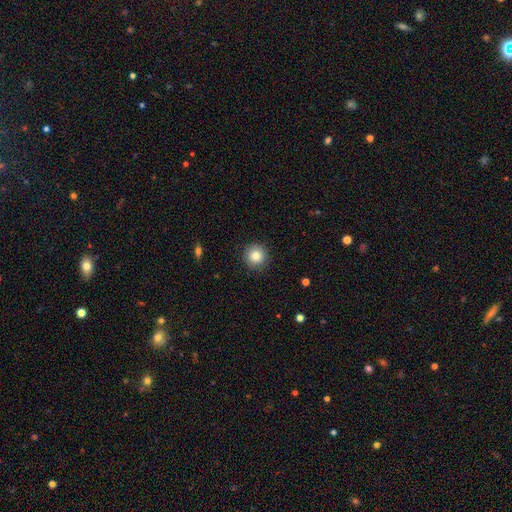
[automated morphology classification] Overall: smooth (84%). How rounded: round (95%). Merging: none (90%).